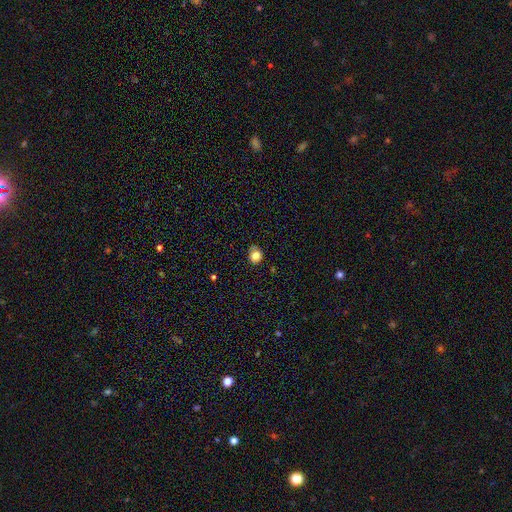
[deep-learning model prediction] Morphology: type=smooth (81%); roundness=round (74%); merging=none (76%).